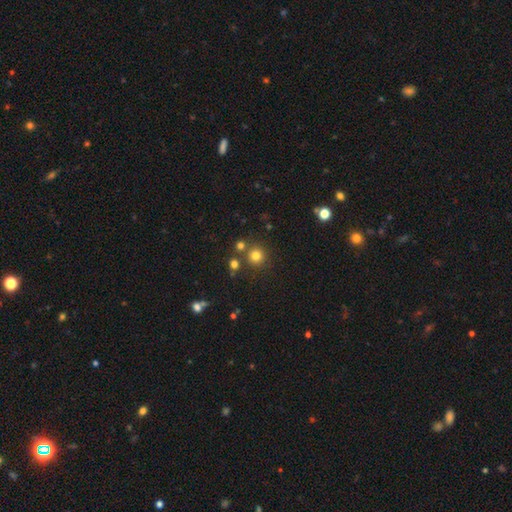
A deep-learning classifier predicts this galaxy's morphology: Smooth or featured?
  - smooth: 77% *
  - star or artifact: 16%
  - featured or disk: 6%
How rounded?
  - round: 94% *
  - in between: 5%
  - cigar-shaped: 1%
Merging?
  - none: 80% *
  - merger: 11%
  - minor disturbance: 7%
  - major disturbance: 3%